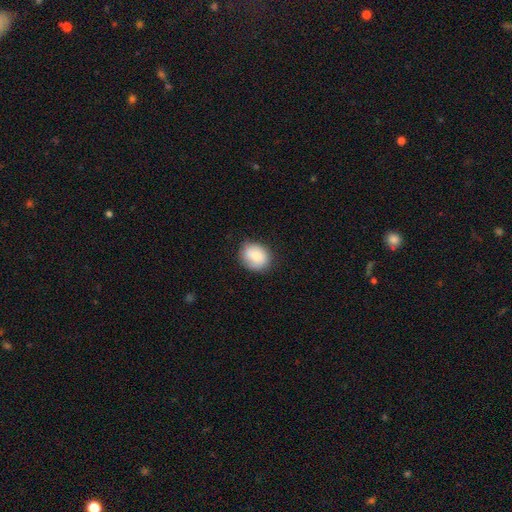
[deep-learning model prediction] This appears to be a smooth galaxy with no disk features (83%) that is round (60%). Merging: none (78%).